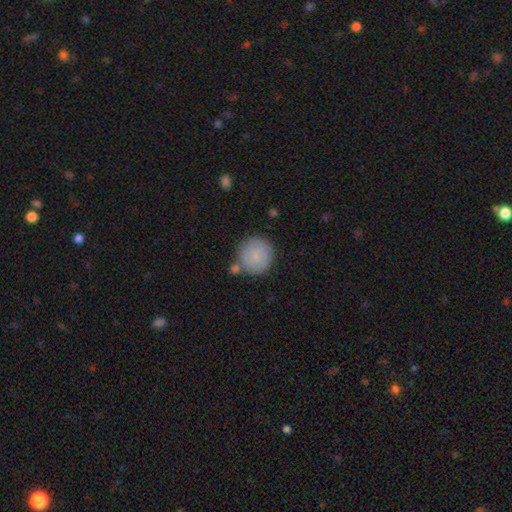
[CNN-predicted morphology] This appears to be a smooth galaxy with no disk features (83%) that is round (93%). Merging: none (74%).